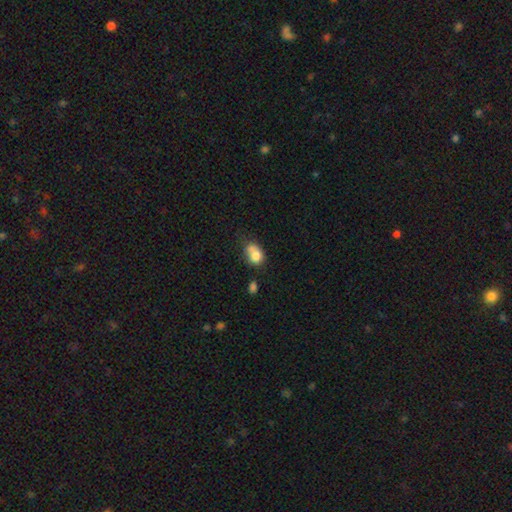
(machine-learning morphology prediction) smooth 76%, featured or disk 14%, star or artifact 10%. Down the decision tree: how rounded — in between (55%); merging — merger (38%).